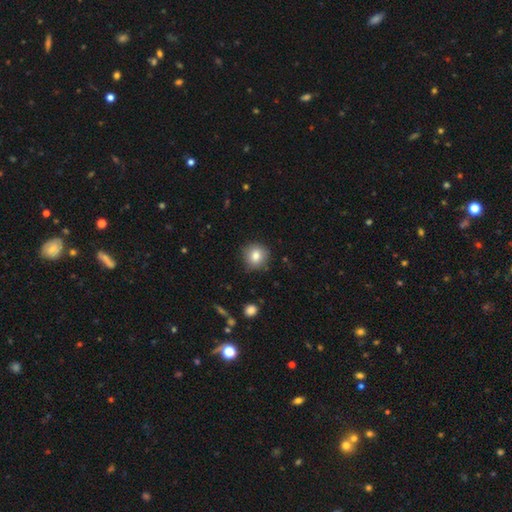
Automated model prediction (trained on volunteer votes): Overall: smooth (81%). How rounded: round (91%). Merging: none (85%).